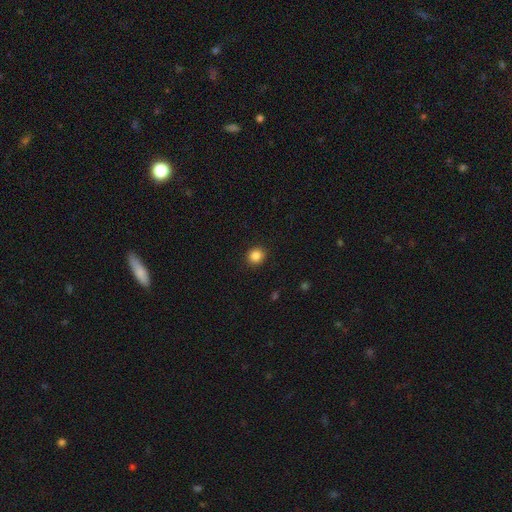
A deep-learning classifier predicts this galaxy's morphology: type=smooth (86%); roundness=round (88%); merging=none (92%).